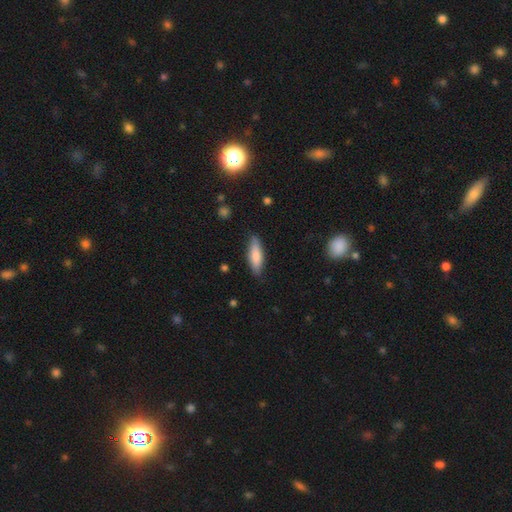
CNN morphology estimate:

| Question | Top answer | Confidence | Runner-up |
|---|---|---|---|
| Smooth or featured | smooth | 78% | featured or disk (16%) |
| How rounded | cigar-shaped | 53% | in between (46%) |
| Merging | none | 83% | minor disturbance (13%) |